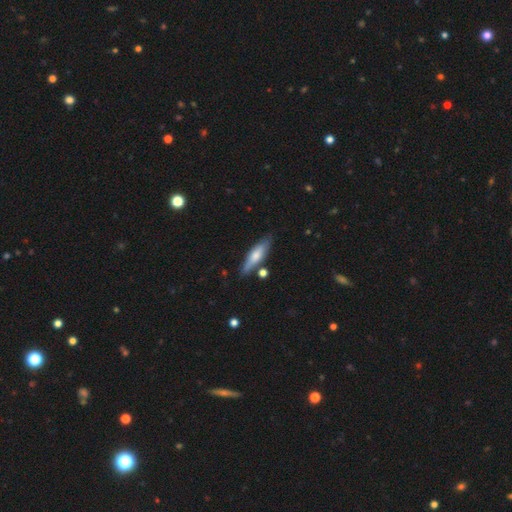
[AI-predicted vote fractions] Morphology: type=smooth (60%); roundness=cigar-shaped (66%); merging=none (76%).